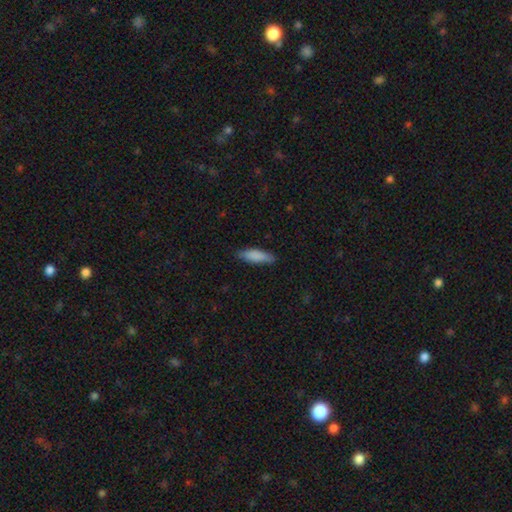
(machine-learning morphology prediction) Q: Smooth or featured?
A: smooth (86%); runner-up: featured or disk (8%)
Q: How rounded?
A: in between (50%); runner-up: cigar-shaped (48%)
Q: Merging?
A: none (82%); runner-up: minor disturbance (15%)